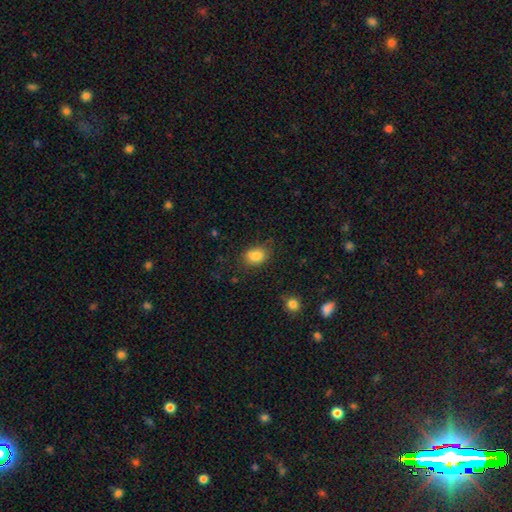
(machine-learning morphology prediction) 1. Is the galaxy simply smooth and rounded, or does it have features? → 85% smooth, 10% star or artifact, 6% featured or disk.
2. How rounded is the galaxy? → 65% in between, 34% round, 1% cigar-shaped.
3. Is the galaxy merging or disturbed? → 70% none, 21% minor disturbance, 6% major disturbance, 3% merger.